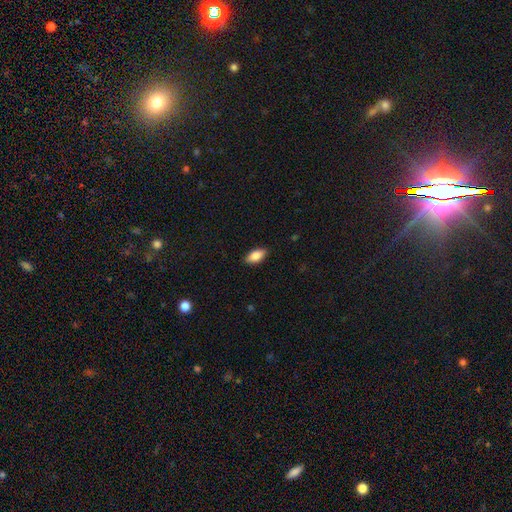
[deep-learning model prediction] smooth_or_featured: smooth (p=0.86) [alt: featured or disk p=0.08]
how_rounded: in between (p=0.90) [alt: cigar-shaped p=0.07]
merging: none (p=0.87) [alt: minor disturbance p=0.10]